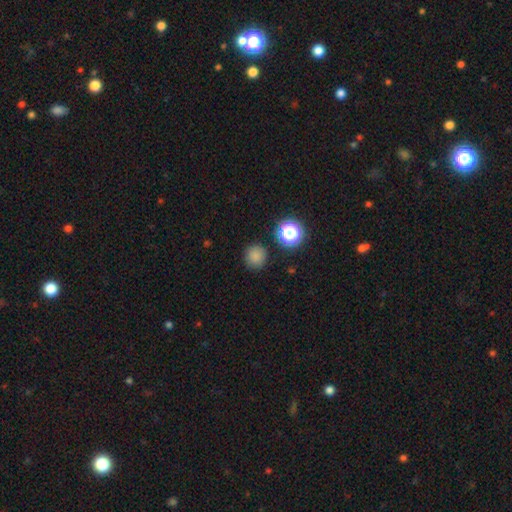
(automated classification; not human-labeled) A smooth galaxy with no disk features (80%) that is round (93%).

Vote fractions:
- Smooth or featured? smooth: 80% / star or artifact: 15% / featured or disk: 5%
- How rounded? round: 93% / in between: 6% / cigar-shaped: 1%
- Merging? none: 87% / minor disturbance: 7% / merger: 3% / major disturbance: 3%